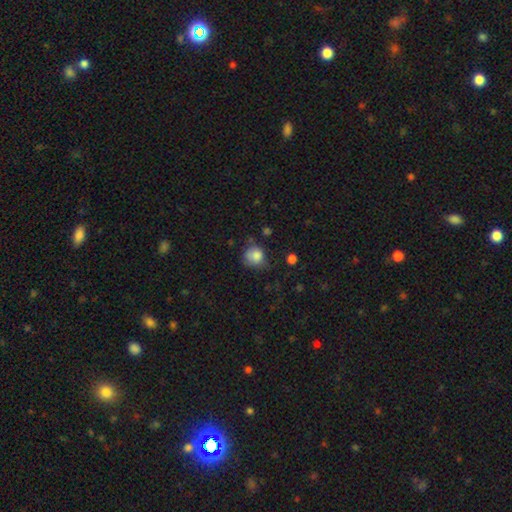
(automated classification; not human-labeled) A smooth galaxy with no disk features (82%) that is round (74%). Merging: none (52%).